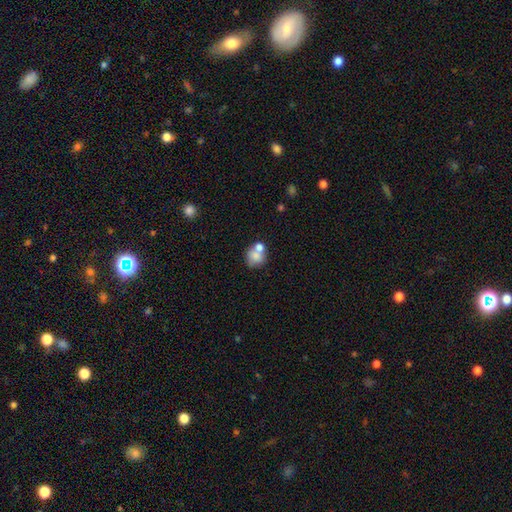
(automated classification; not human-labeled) smooth 74%, featured or disk 17%, star or artifact 9%. Down the decision tree: how rounded — round (71%); merging — merger (41%).